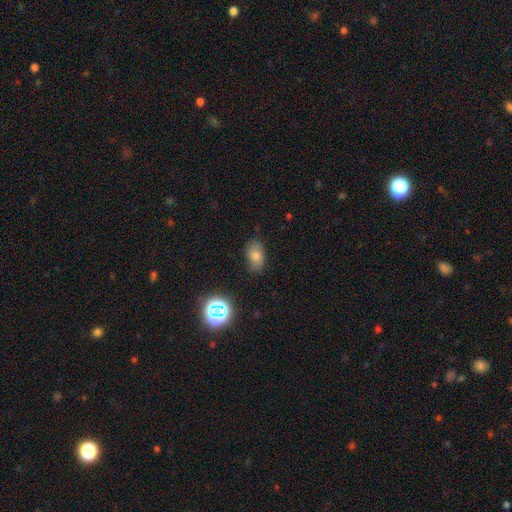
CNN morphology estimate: type=smooth (73%); roundness=in between (87%); merging=none (75%).